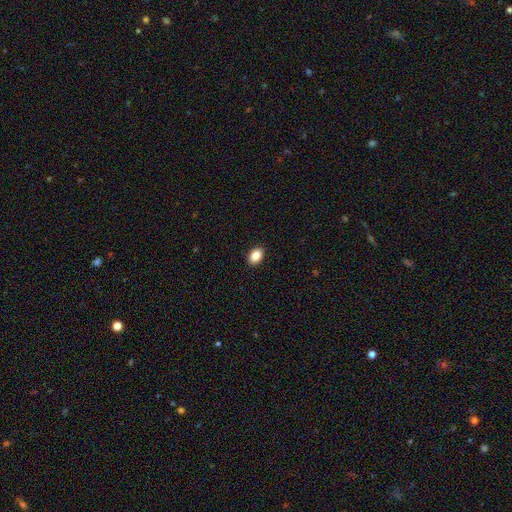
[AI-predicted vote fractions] This is clearly a smooth galaxy (87%). How rounded: clearly in between (82%). Merging: clearly none (91%).